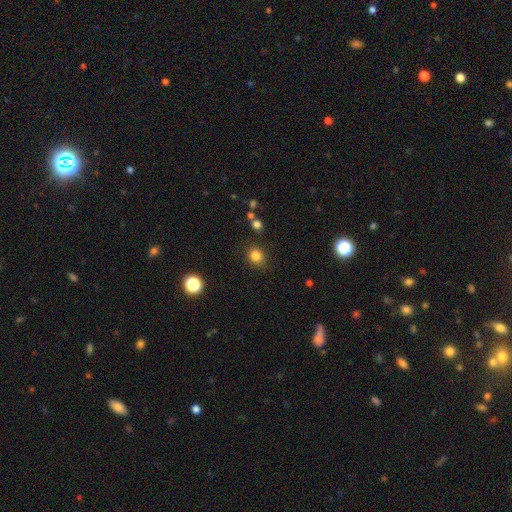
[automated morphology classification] A smooth galaxy with no disk features (83%) that is round (73%). Merging: none (84%).